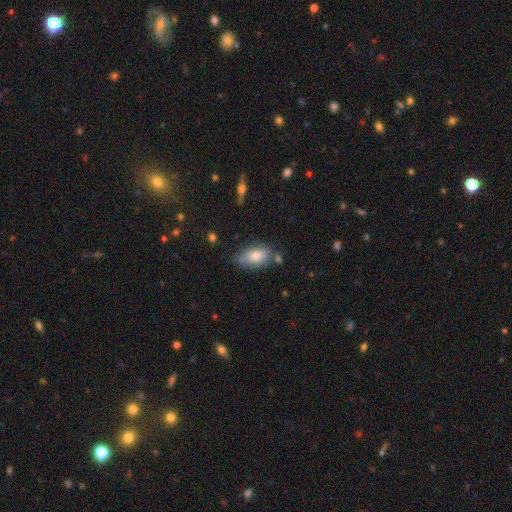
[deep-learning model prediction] Overall: smooth (70%). How rounded: in between (89%). Merging: none (66%).